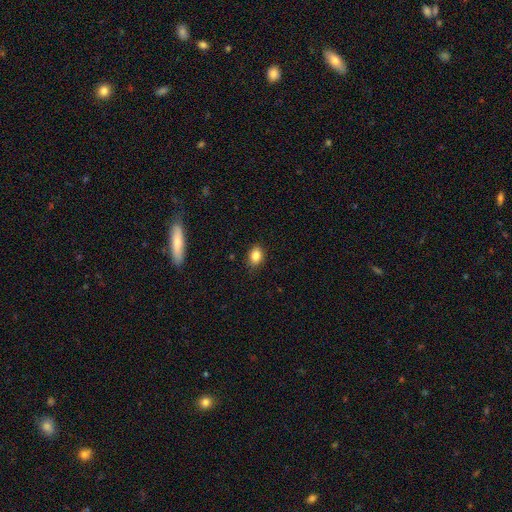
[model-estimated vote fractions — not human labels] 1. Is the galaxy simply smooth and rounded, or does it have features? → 84% smooth, 10% star or artifact, 7% featured or disk.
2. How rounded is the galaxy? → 71% in between, 27% round, 2% cigar-shaped.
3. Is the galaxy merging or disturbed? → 86% none, 11% minor disturbance, 2% major disturbance, 1% merger.